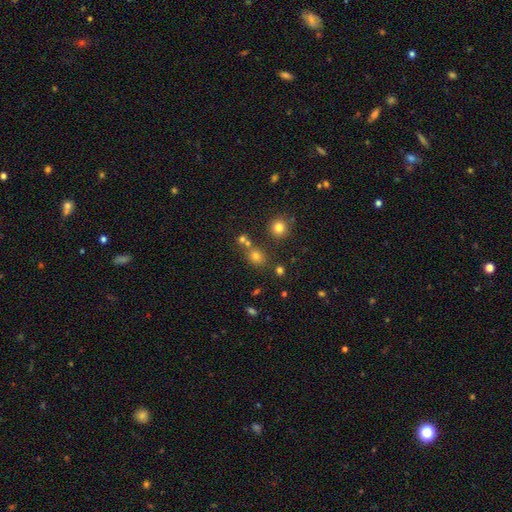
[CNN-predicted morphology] smooth-or-featured: smooth: 56% | star or artifact: 35% | featured or disk: 9%
  how-rounded: round: 85% | in between: 13% | cigar-shaped: 2%
  merging: none: 69% | merger: 19% | minor disturbance: 8% | major disturbance: 4%